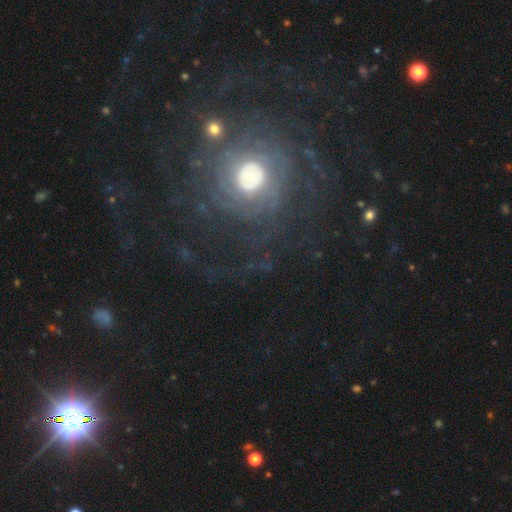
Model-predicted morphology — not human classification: type=featured or disk (70%); edge-on=no (97%); bar=no (73%); spiral arms=yes (86%); winding=tight (60%); arm count=can't tell (37%); bulge=moderate (54%); merging=none (73%).